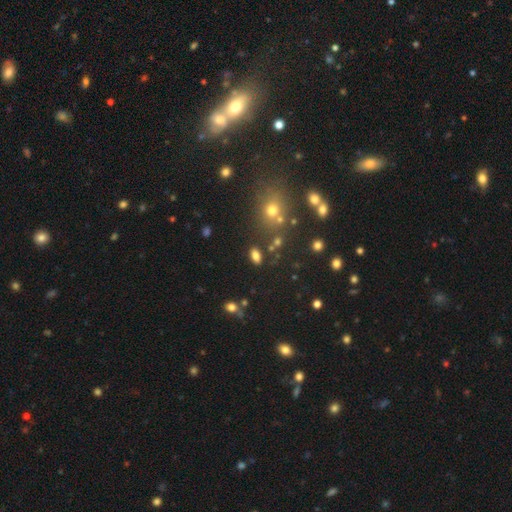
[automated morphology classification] smooth 78%, star or artifact 15%, featured or disk 8%. Down the decision tree: how rounded — in between (87%); merging — none (80%).